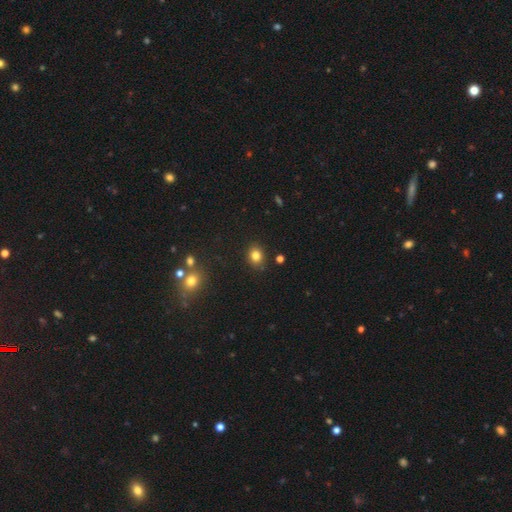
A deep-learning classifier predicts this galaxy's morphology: Overall: smooth (81%). How rounded: round (60%; in between 39%). Merging: none (86%).